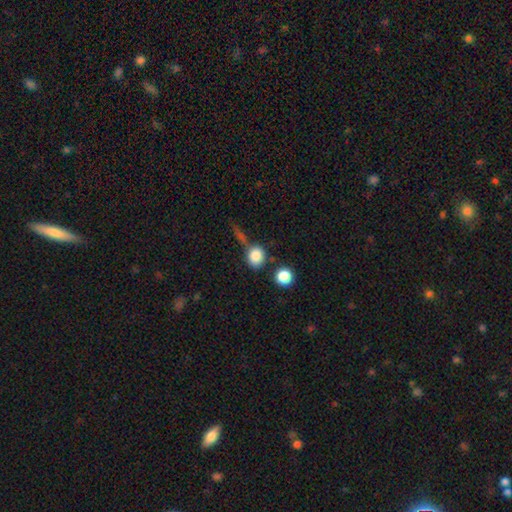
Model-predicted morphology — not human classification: type=smooth (83%); roundness=round (68%); merging=none (57%).